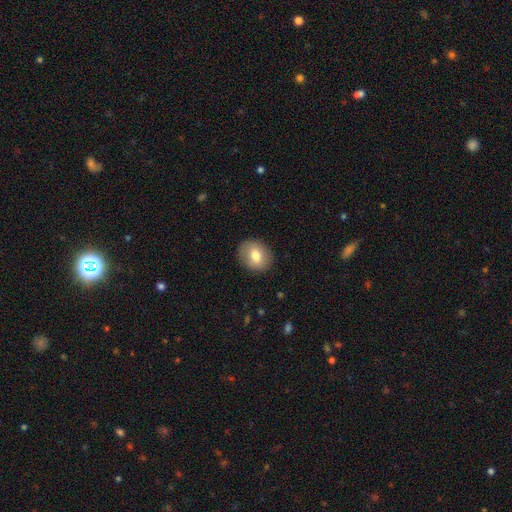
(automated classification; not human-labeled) smooth_or_featured: smooth (p=0.75) [alt: featured or disk p=0.17]
how_rounded: round (p=0.57) [alt: in between p=0.42]
merging: none (p=0.88) [alt: minor disturbance p=0.09]